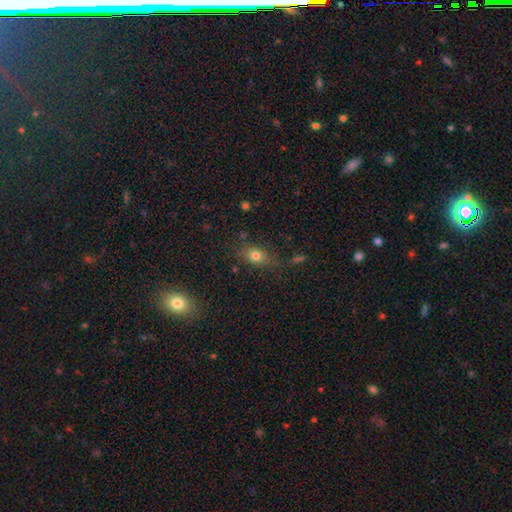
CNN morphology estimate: type=smooth (74%); roundness=in between (65%); merging=none (73%).